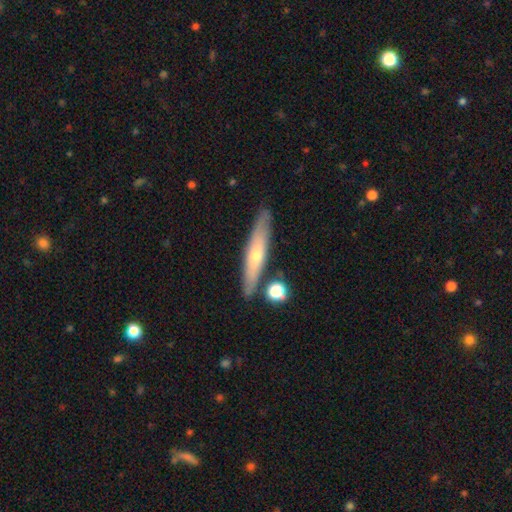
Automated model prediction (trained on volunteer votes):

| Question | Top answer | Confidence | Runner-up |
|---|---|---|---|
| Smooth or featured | featured or disk | 51% | smooth (42%) |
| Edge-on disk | yes | 81% | no (19%) |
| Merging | none | 83% | minor disturbance (10%) |